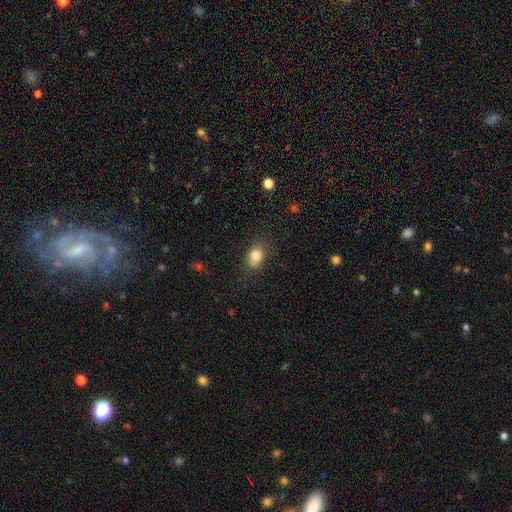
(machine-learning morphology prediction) A smooth galaxy with no disk features (81%) that is in between round and cigar-shaped (71%). Merging: none (70%).